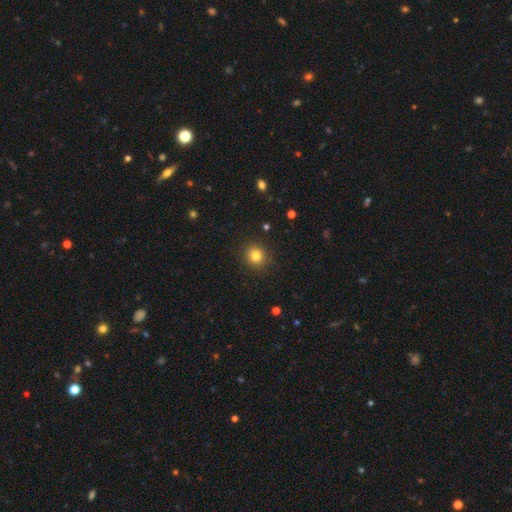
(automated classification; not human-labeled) A smooth galaxy with no disk features (82%) that is round (90%). Merging: none (91%).